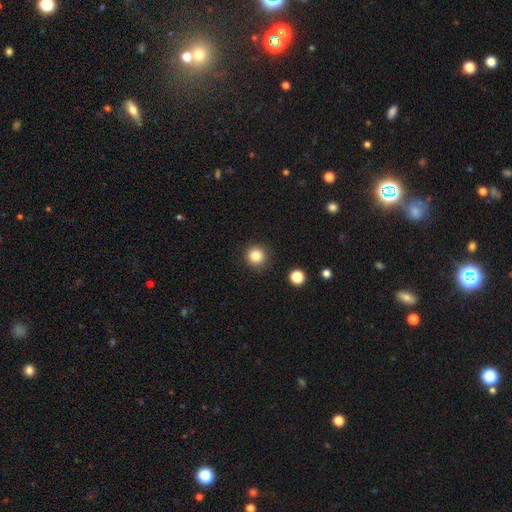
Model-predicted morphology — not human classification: smooth_or_featured: smooth (p=0.84) [alt: star or artifact p=0.11]
how_rounded: round (p=0.94) [alt: in between p=0.05]
merging: none (p=0.89) [alt: minor disturbance p=0.07]